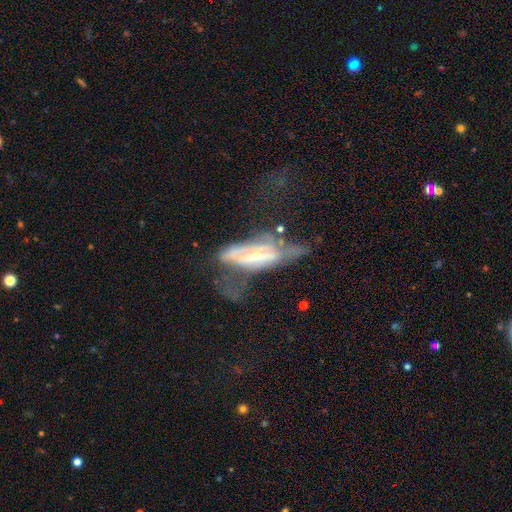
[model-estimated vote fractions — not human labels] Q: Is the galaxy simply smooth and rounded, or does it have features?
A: featured or disk — 68%.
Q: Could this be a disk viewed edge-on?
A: no — 58%.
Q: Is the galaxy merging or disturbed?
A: major disturbance — 42%.